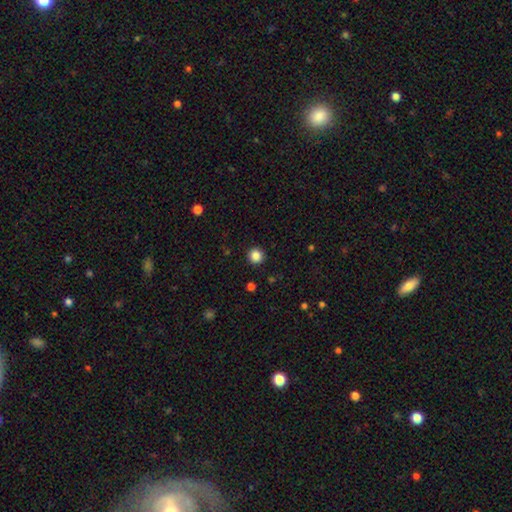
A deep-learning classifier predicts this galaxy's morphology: Smooth or featured? Predicted: smooth (p=0.86). How rounded? Predicted: round (p=0.96). Merging? Predicted: none (p=0.93).